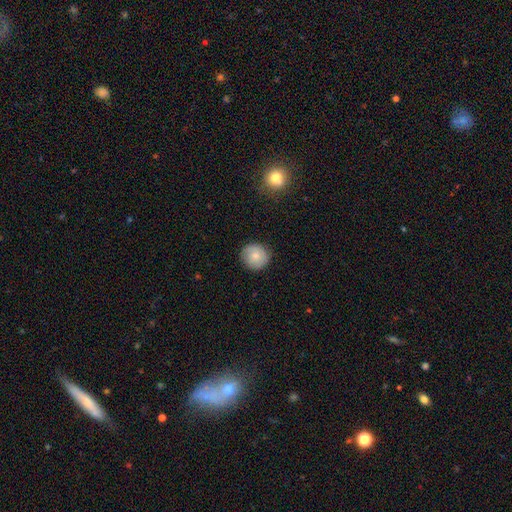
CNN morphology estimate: Smooth or featured: smooth — 76% (featured or disk — 16%)
How rounded: round — 92% (in between — 7%)
Merging: none — 86% (minor disturbance — 11%)